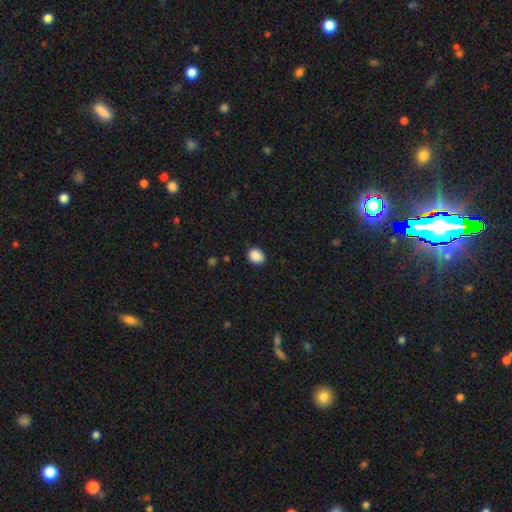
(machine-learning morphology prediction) A smooth galaxy with no disk features (89%) that is in between round and cigar-shaped (50%).

Vote fractions:
- Smooth or featured? smooth: 89% / star or artifact: 9% / featured or disk: 3%
- How rounded? in between: 50% / round: 49% / cigar-shaped: 1%
- Merging? none: 88% / minor disturbance: 9% / major disturbance: 2% / merger: 1%